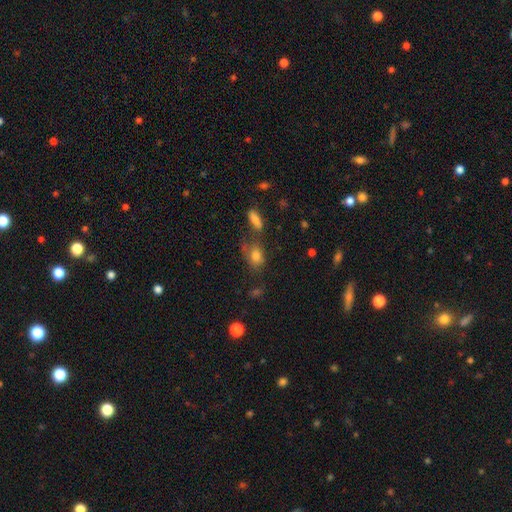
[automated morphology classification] This is likely a smooth galaxy (76%). How rounded: likely in between (78%). Merging: marginally none (44%).